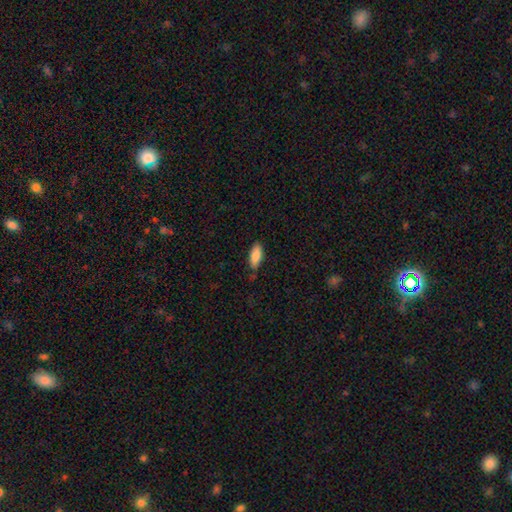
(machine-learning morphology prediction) type=smooth (86%); roundness=in between (80%); merging=none (77%).